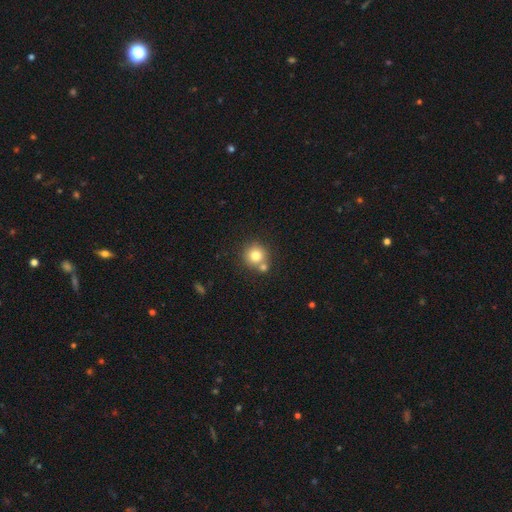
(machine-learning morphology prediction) Smooth or featured: smooth — 78% (featured or disk — 11%)
How rounded: round — 91% (in between — 8%)
Merging: none — 63% (merger — 26%)